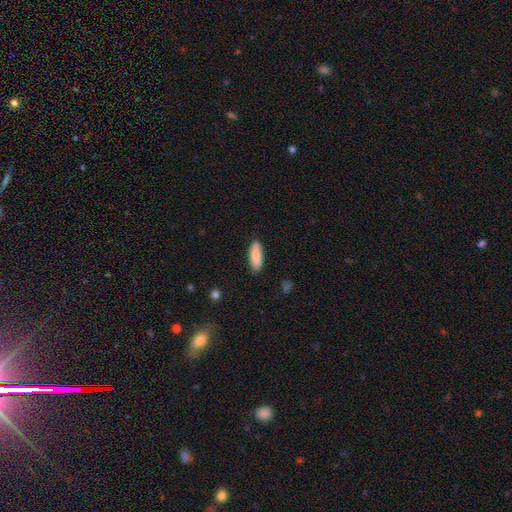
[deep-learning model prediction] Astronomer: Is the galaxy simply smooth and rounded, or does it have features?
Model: smooth — 86%.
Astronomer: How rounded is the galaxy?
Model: in between — 58% (runner-up: cigar-shaped, 40%).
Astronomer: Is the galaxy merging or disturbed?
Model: none — 85%.